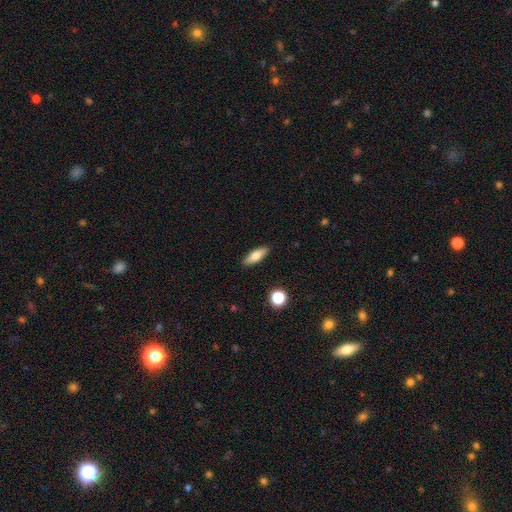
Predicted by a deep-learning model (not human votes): Q: Smooth or featured?
A: smooth (72%); runner-up: featured or disk (21%)
Q: How rounded?
A: in between (58%); runner-up: cigar-shaped (39%)
Q: Merging?
A: none (89%); runner-up: minor disturbance (8%)